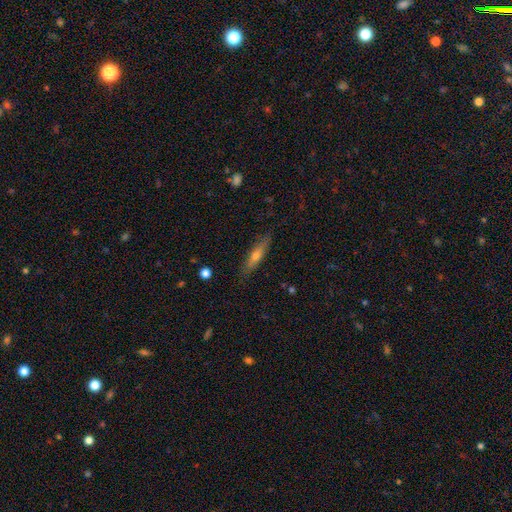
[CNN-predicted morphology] Q: Smooth or featured?
A: smooth (53%); runner-up: featured or disk (41%)
Q: How rounded?
A: cigar-shaped (79%); runner-up: in between (19%)
Q: Merging?
A: none (86%); runner-up: minor disturbance (11%)